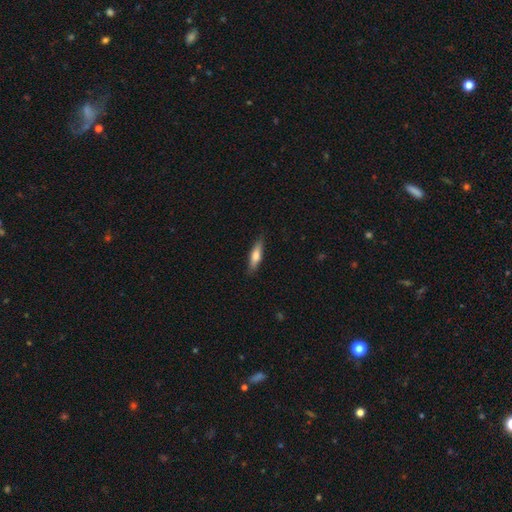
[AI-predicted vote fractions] Overall: smooth (64%; featured or disk 30%). How rounded: cigar-shaped (68%; in between 30%). Merging: none (86%).